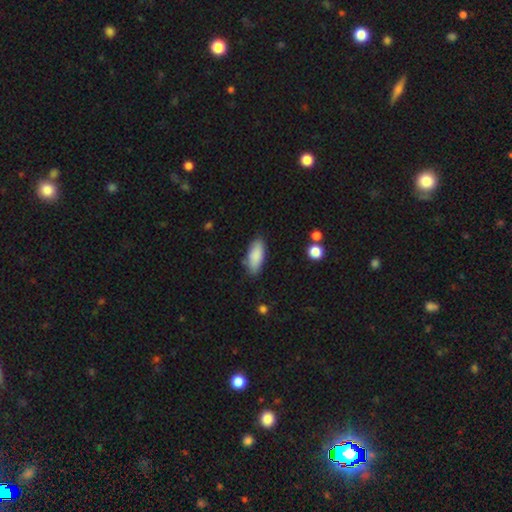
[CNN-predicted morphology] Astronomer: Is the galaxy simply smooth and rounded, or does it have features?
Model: smooth — 86%.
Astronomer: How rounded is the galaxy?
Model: in between — 79%.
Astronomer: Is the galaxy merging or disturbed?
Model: none — 81%.